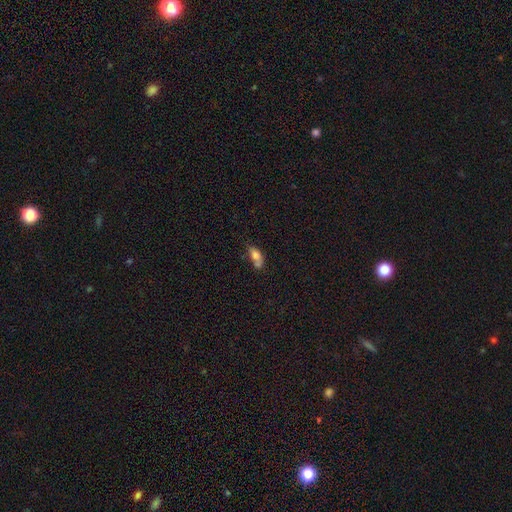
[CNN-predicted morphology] type=smooth (75%); roundness=in between (83%); merging=none (38%).